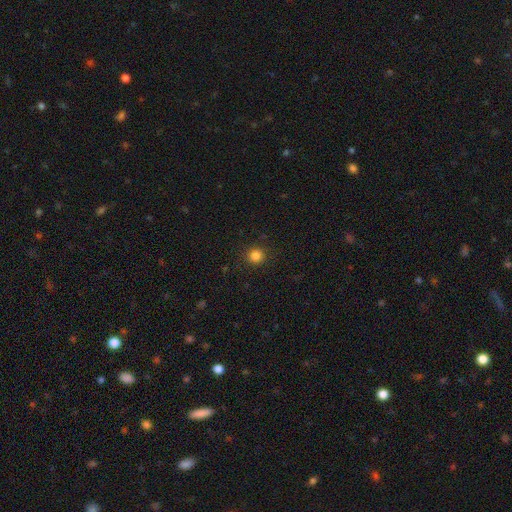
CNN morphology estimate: Q: Smooth or featured?
A: smooth (83%); runner-up: star or artifact (13%)
Q: How rounded?
A: round (93%); runner-up: in between (6%)
Q: Merging?
A: none (91%); runner-up: minor disturbance (6%)